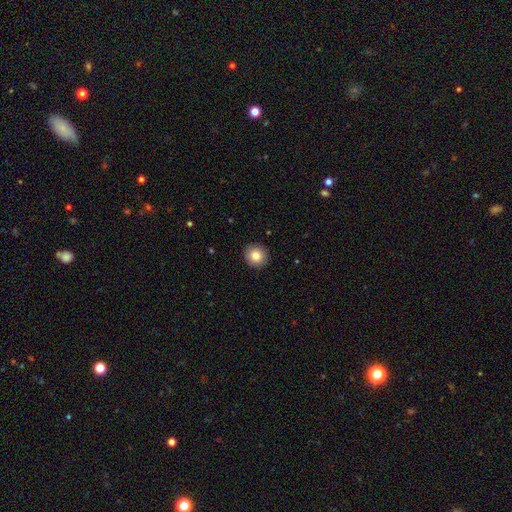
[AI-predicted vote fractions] This appears to be a smooth galaxy with no disk features (85%) that is round (91%). Merging: none (92%).